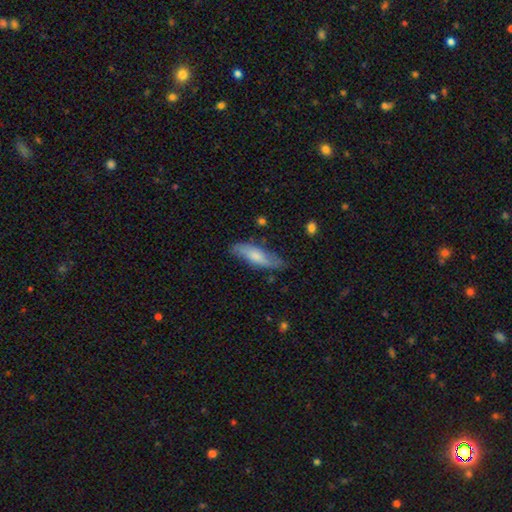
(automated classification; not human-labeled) The model was most divided on "how rounded": cigar-shaped: 51%, in between: 47%, round: 2%. More confident: merging — none (71%); smooth or featured — smooth (65%).